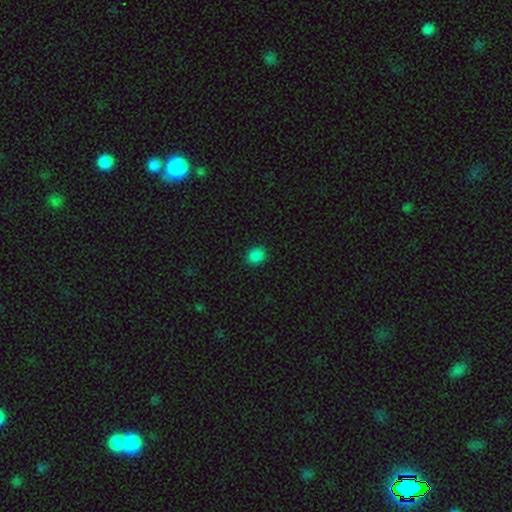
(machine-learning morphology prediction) smooth_or_featured: smooth (p=0.85) [alt: star or artifact p=0.13]
how_rounded: round (p=0.62) [alt: in between p=0.37]
merging: none (p=0.90) [alt: minor disturbance p=0.07]